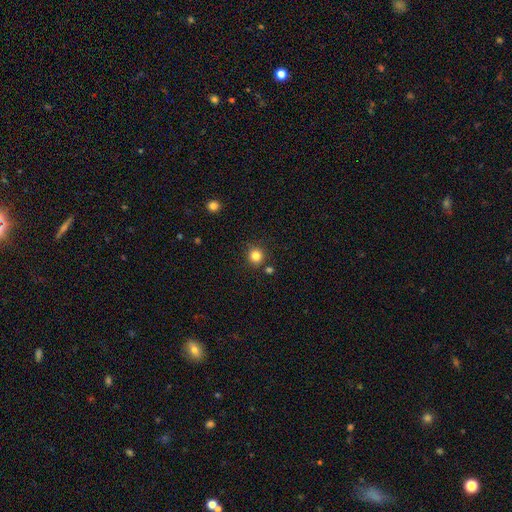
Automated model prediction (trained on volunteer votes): smooth_or_featured: smooth (p=0.83) [alt: star or artifact p=0.12]
how_rounded: round (p=0.93) [alt: in between p=0.06]
merging: none (p=0.86) [alt: minor disturbance p=0.07]